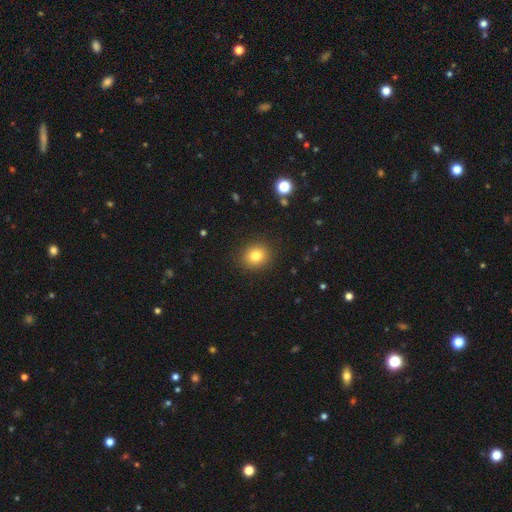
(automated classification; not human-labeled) Smooth or featured? Predicted: smooth (p=0.81). How rounded? Predicted: round (p=0.80). Merging? Predicted: none (p=0.90).